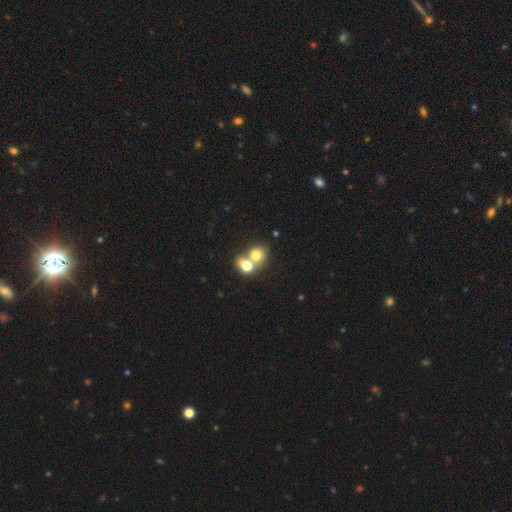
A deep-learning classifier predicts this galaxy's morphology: Smooth or featured?
  - smooth: 71% *
  - featured or disk: 15%
  - star or artifact: 14%
How rounded?
  - round: 65% *
  - in between: 34%
  - cigar-shaped: 1%
Merging?
  - merger: 57% *
  - none: 33%
  - minor disturbance: 6%
  - major disturbance: 4%